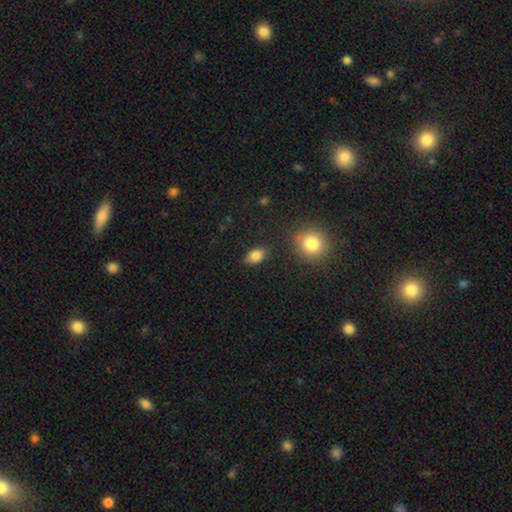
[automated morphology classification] Smooth or featured? smooth (82%)
How rounded? in between (87%)
Merging? none (83%)